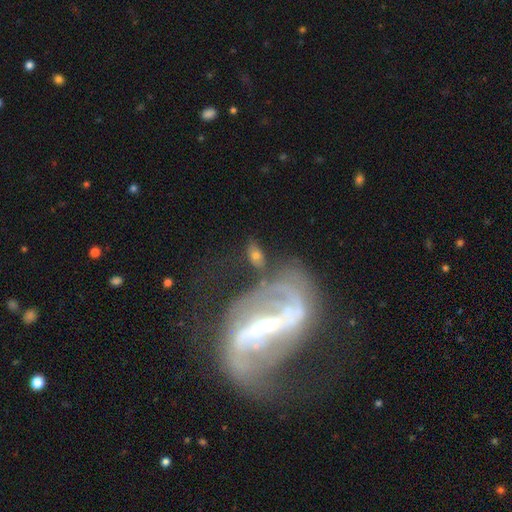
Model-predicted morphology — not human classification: This is possibly a smooth galaxy (52%). How rounded: clearly in between (84%). Merging: possibly none (56%).